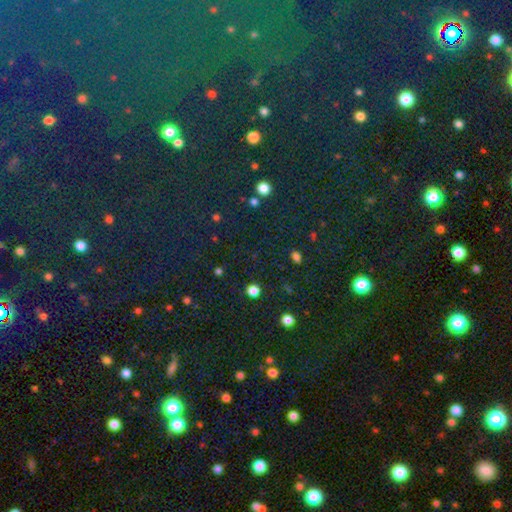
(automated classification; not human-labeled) smooth_or_featured: star or artifact (p=0.80) [alt: smooth p=0.12]